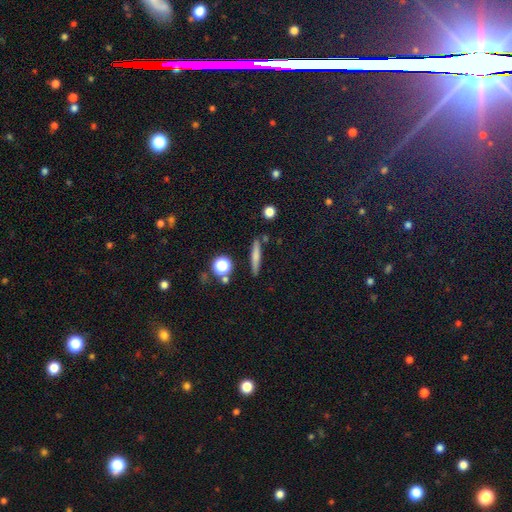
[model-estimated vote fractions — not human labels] smooth_or_featured: smooth (p=0.64) [alt: featured or disk p=0.27]
how_rounded: cigar-shaped (p=0.87) [alt: in between p=0.08]
merging: none (p=0.85) [alt: minor disturbance p=0.09]